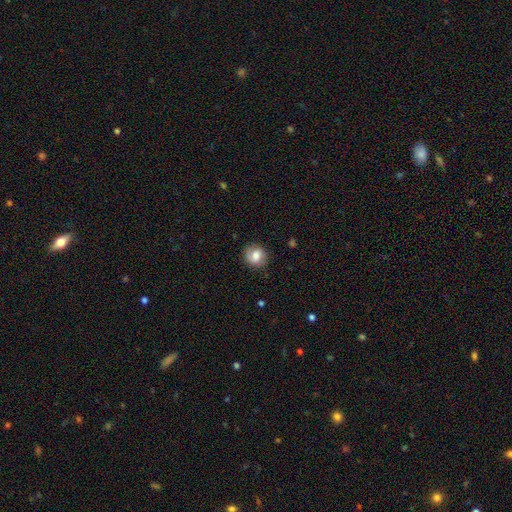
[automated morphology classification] type=smooth (72%); roundness=round (77%); merging=none (83%).